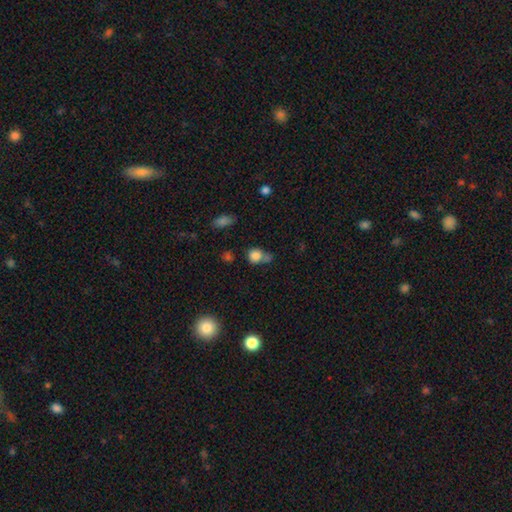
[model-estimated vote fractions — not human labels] This is clearly a smooth galaxy (81%). How rounded: likely round (74%). Merging: marginally none (44%).